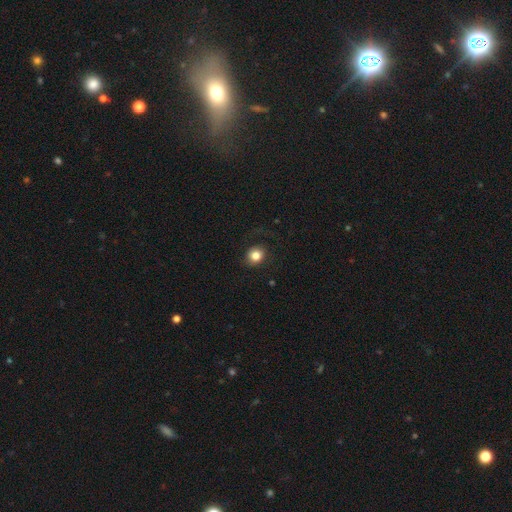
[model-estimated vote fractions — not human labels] Smooth or featured?
  - smooth: 83% *
  - star or artifact: 10%
  - featured or disk: 7%
How rounded?
  - round: 77% *
  - in between: 22%
  - cigar-shaped: 1%
Merging?
  - none: 79% *
  - minor disturbance: 13%
  - major disturbance: 7%
  - merger: 1%